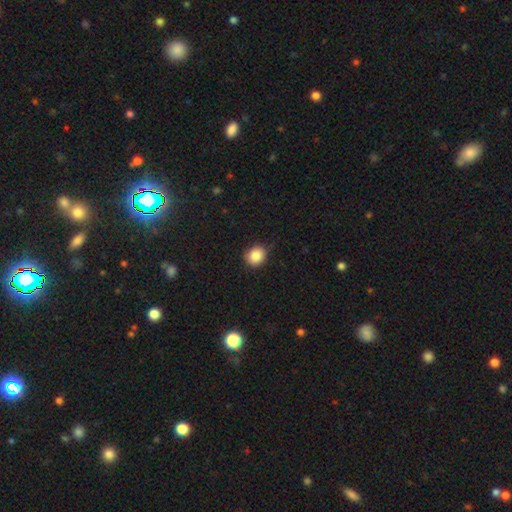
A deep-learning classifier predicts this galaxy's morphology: Q: Smooth or featured?
A: smooth (86%); runner-up: star or artifact (9%)
Q: How rounded?
A: round (72%); runner-up: in between (27%)
Q: Merging?
A: none (81%); runner-up: minor disturbance (15%)